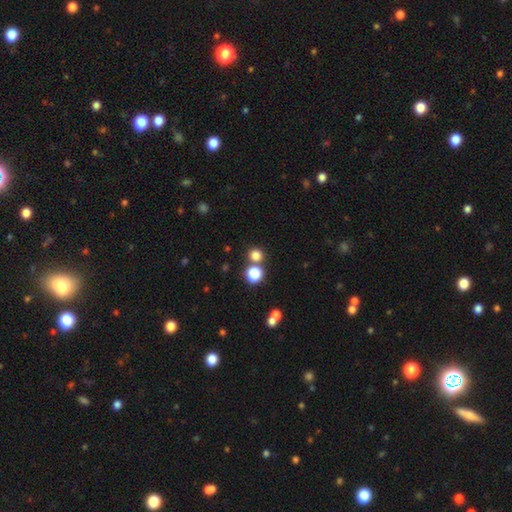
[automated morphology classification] A smooth galaxy with no disk features (78%) that is round (91%).

Vote fractions:
- Smooth or featured? smooth: 78% / star or artifact: 17% / featured or disk: 6%
- How rounded? round: 91% / in between: 8% / cigar-shaped: 1%
- Merging? none: 70% / merger: 20% / minor disturbance: 6% / major disturbance: 3%